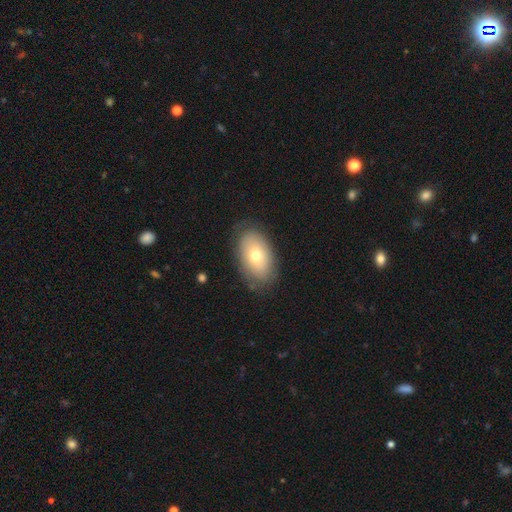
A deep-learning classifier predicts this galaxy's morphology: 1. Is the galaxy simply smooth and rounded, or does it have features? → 69% smooth, 23% featured or disk, 8% star or artifact.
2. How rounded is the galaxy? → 90% in between, 8% round, 1% cigar-shaped.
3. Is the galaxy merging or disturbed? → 81% none, 14% minor disturbance, 4% major disturbance, 1% merger.